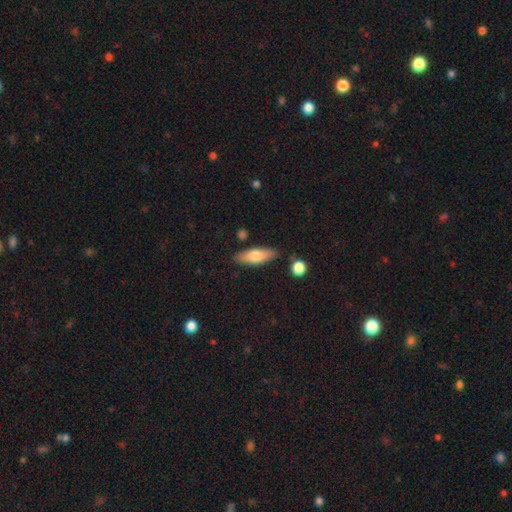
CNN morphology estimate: type=smooth (70%); roundness=in between (58%); merging=none (83%).